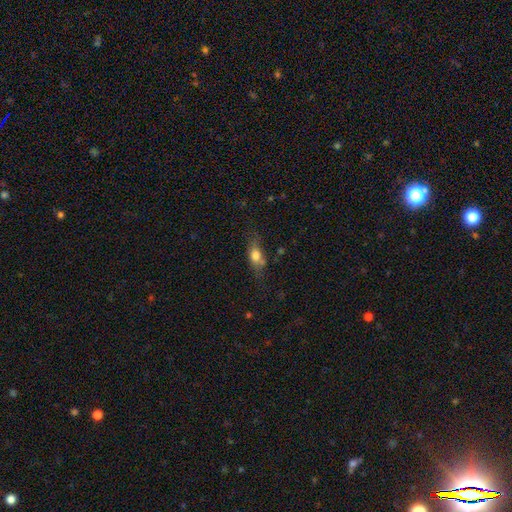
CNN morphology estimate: Overall: smooth (70%). How rounded: in between (73%). Merging: none (61%; minor disturbance 25%).